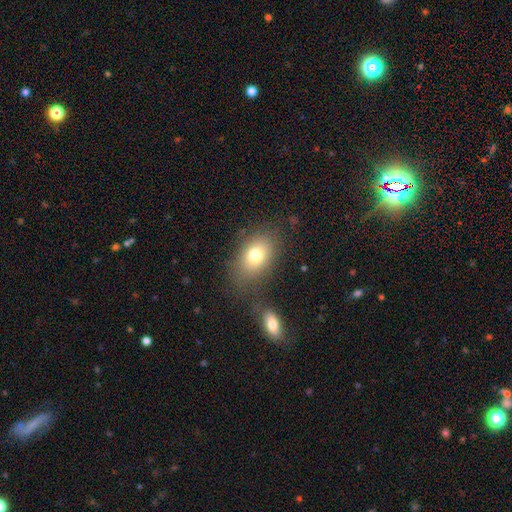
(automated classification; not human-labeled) Overall: smooth (75%). How rounded: in between (77%). Merging: none (69%).